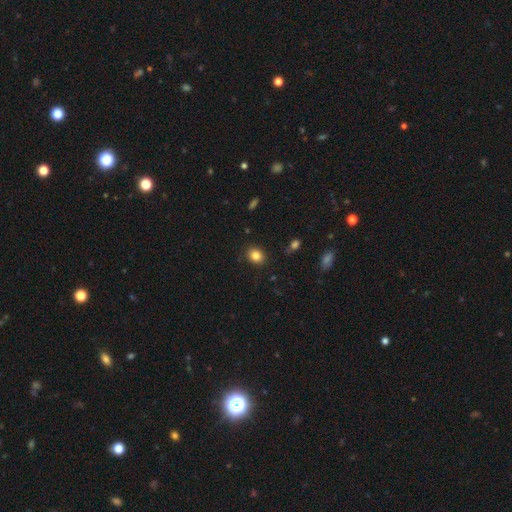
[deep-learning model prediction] This is clearly a smooth galaxy (84%). How rounded: possibly round (50%). Merging: clearly none (86%).